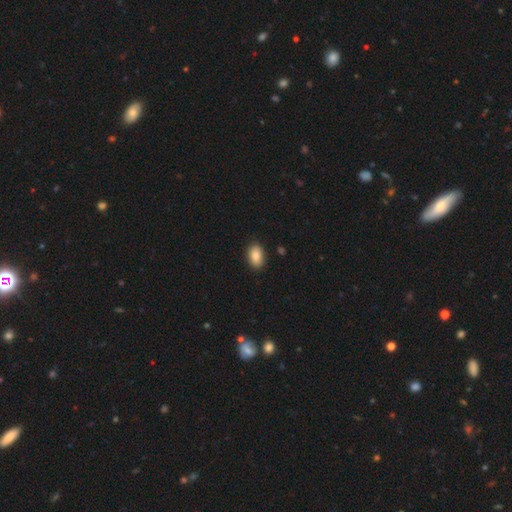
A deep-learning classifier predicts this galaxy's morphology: Overall: smooth (87%). How rounded: in between (90%). Merging: none (88%).